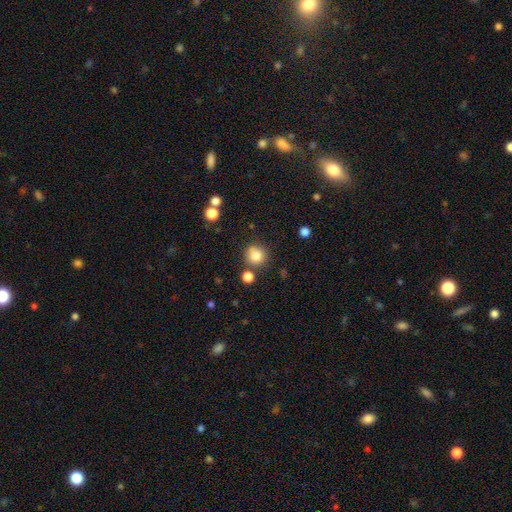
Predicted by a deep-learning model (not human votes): smooth 82%, star or artifact 11%, featured or disk 7%. Down the decision tree: how rounded — round (91%); merging — none (79%).